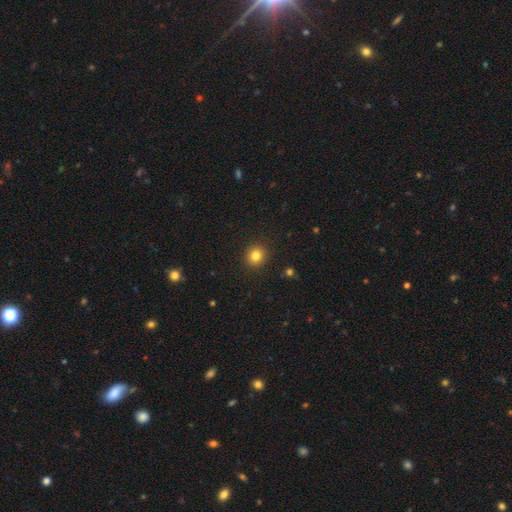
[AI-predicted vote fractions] smooth-or-featured: smooth: 83% | star or artifact: 12% | featured or disk: 5%
  how-rounded: round: 87% | in between: 12% | cigar-shaped: 1%
  merging: none: 92% | minor disturbance: 5% | major disturbance: 2% | merger: 1%